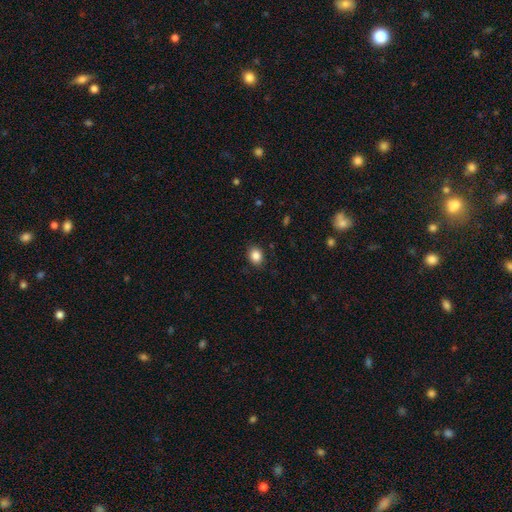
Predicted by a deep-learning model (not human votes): A smooth galaxy with no disk features (86%) that is in between round and cigar-shaped (54%).

Vote fractions:
- Smooth or featured? smooth: 86% / star or artifact: 9% / featured or disk: 5%
- How rounded? in between: 54% / round: 45% / cigar-shaped: 1%
- Merging? none: 87% / minor disturbance: 9% / major disturbance: 2% / merger: 1%